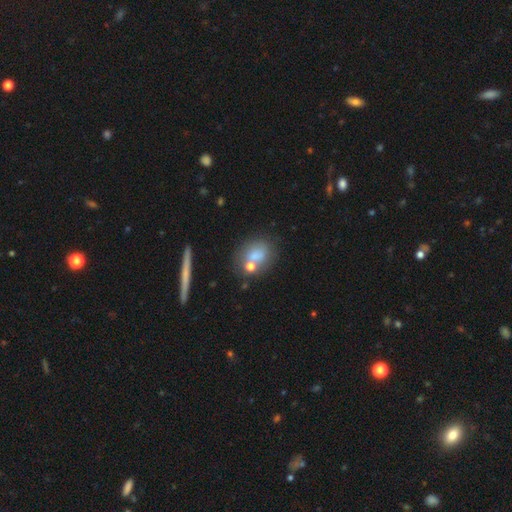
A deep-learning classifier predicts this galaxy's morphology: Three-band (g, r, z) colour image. It shows a smooth galaxy with no disk features (70%) that is round (55%). Merging: none (53%).